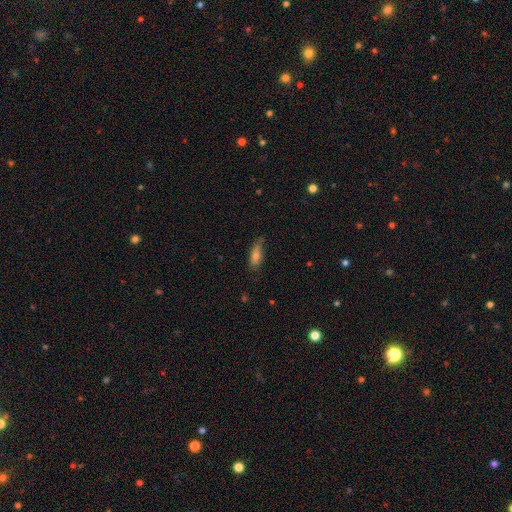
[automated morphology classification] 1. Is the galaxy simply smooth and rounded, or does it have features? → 70% smooth, 22% featured or disk, 8% star or artifact.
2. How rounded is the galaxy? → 65% in between, 32% cigar-shaped, 3% round.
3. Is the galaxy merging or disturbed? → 63% none, 28% minor disturbance, 7% major disturbance, 2% merger.